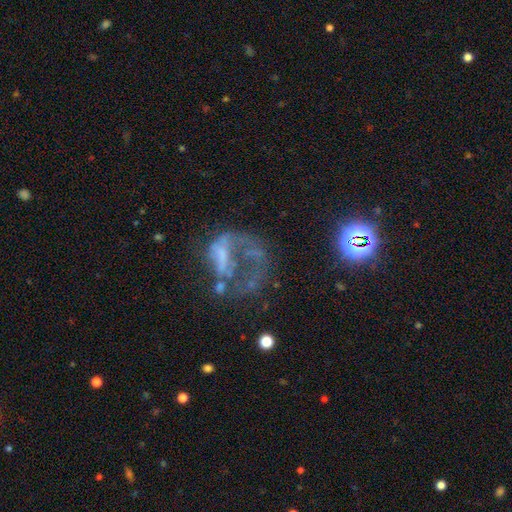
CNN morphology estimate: type=featured or disk (60%); edge-on=no (97%); bar=no (73%); spiral arms=no (64%); bulge=none (63%); merging=major disturbance (51%).